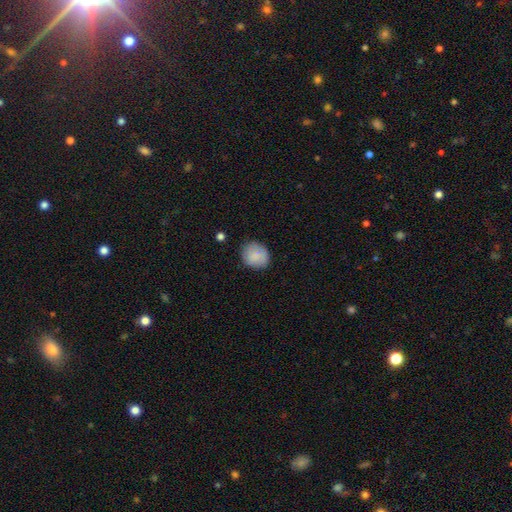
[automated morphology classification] Smooth or featured: smooth — 85% (featured or disk — 8%)
How rounded: round — 82% (in between — 17%)
Merging: none — 83% (minor disturbance — 13%)